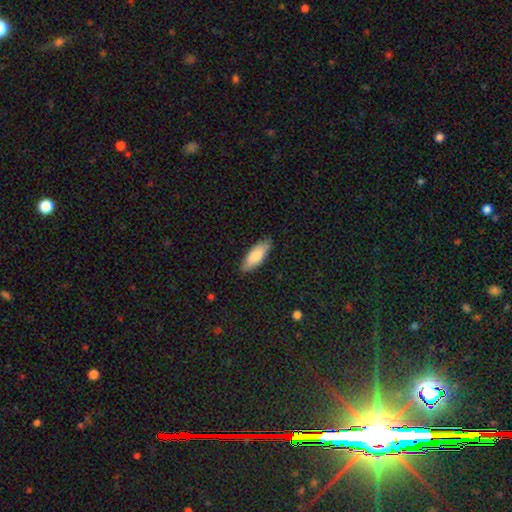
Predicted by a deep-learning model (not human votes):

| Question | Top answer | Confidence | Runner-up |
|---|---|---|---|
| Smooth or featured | smooth | 80% | featured or disk (14%) |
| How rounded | in between | 70% | cigar-shaped (28%) |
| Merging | none | 87% | minor disturbance (11%) |